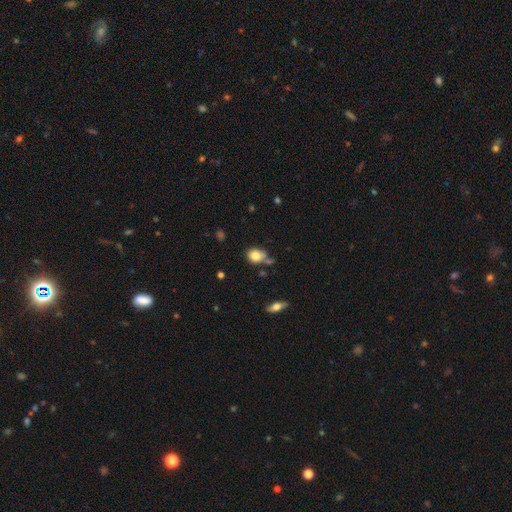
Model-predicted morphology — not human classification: This appears to be a smooth galaxy with no disk features (80%) that is round (58%). Merging: none (59%).